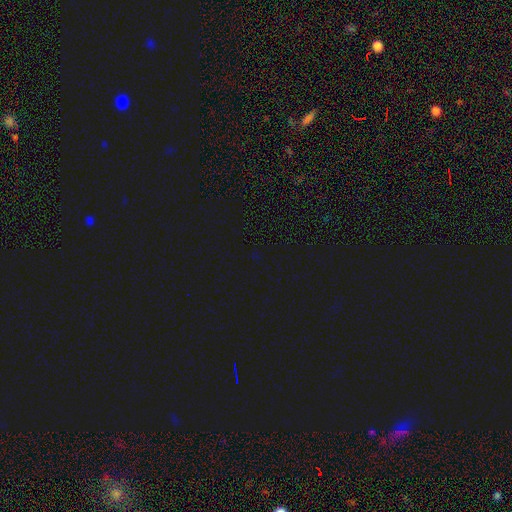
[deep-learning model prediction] Smooth or featured? star or artifact (78%)